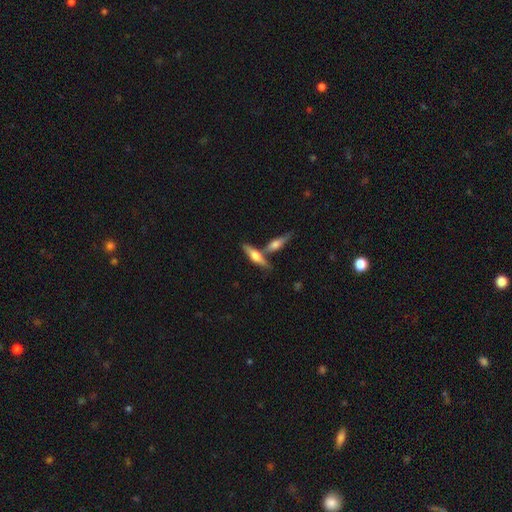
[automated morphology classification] smooth-or-featured: featured or disk: 54% | smooth: 40% | star or artifact: 6%
  disk-edge-on: yes: 94% | no: 6%
    edge-on-bulge: rounded: 91% | boxy: 6% | none: 3%
  merging: none: 59% | merger: 29% | minor disturbance: 9% | major disturbance: 3%